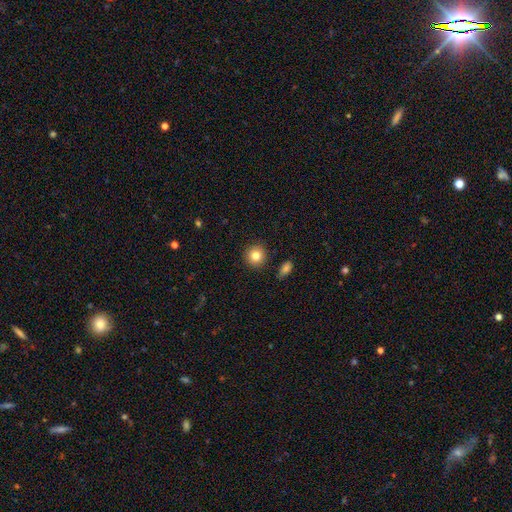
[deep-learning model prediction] Smooth or featured? smooth (83%)
How rounded? round (92%)
Merging? none (89%)